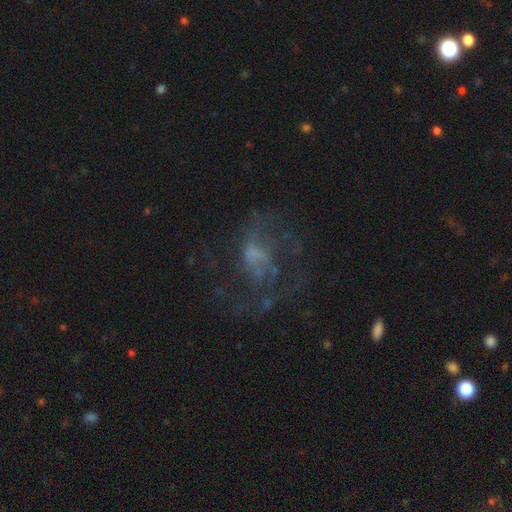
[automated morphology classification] Smooth or featured: featured or disk — 61% (smooth — 20%)
Edge-on disk: no — 97% (yes — 3%)
Bar: no — 67% (weak — 27%)
Spiral arms: no — 52% (yes — 48%)
Bulge size: none — 48% (small — 27%)
Merging: none — 42% (major disturbance — 40%)